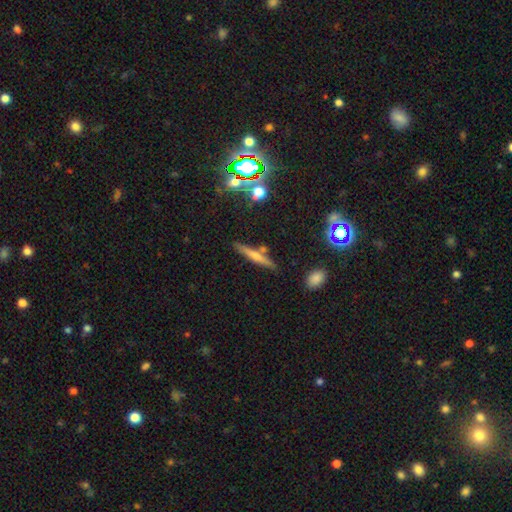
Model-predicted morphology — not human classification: Smooth or featured? featured or disk (46%)
Merging? none (80%)